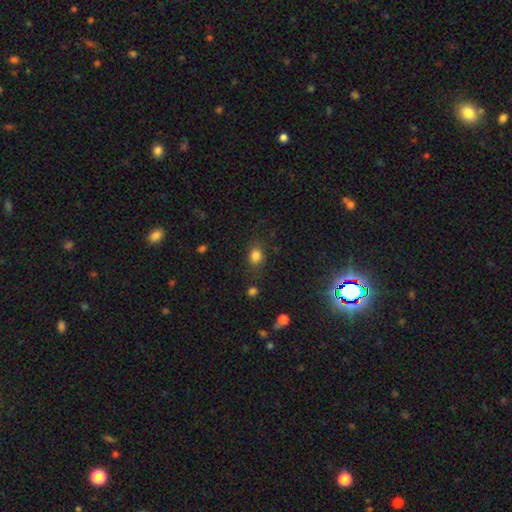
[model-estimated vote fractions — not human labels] smooth 81%, star or artifact 12%, featured or disk 6%. Down the decision tree: how rounded — in between (51%); merging — none (75%).